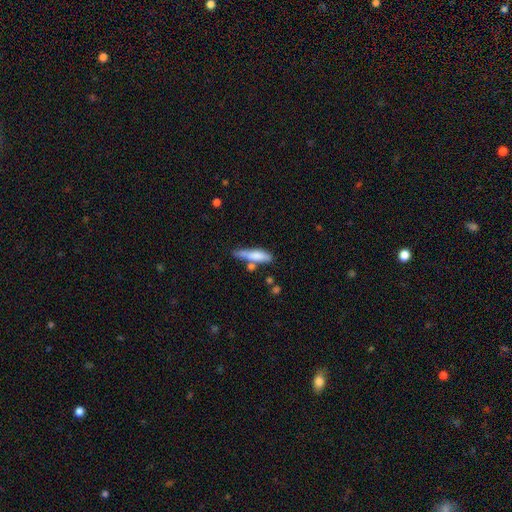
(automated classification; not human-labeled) Q: Smooth or featured?
A: smooth (71%); runner-up: featured or disk (22%)
Q: How rounded?
A: cigar-shaped (73%); runner-up: in between (25%)
Q: Merging?
A: none (49%); runner-up: minor disturbance (25%)